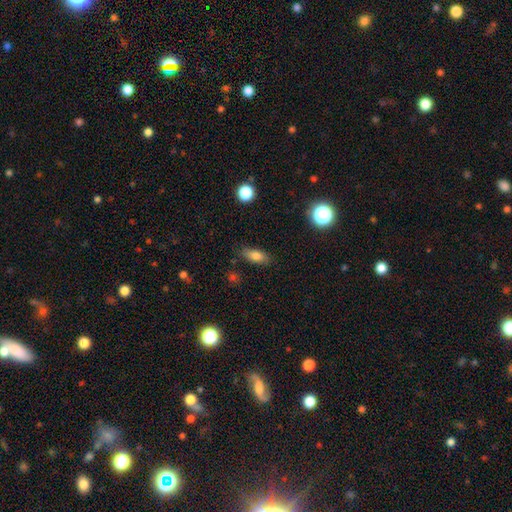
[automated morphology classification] Q: Smooth or featured?
A: smooth (76%); runner-up: featured or disk (14%)
Q: How rounded?
A: in between (74%); runner-up: cigar-shaped (20%)
Q: Merging?
A: none (83%); runner-up: minor disturbance (12%)